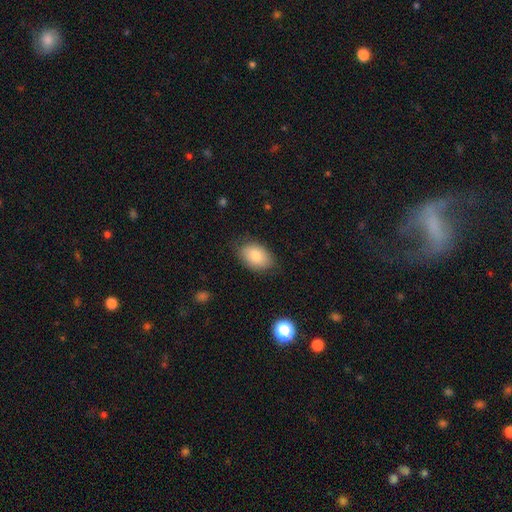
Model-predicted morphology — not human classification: type=smooth (81%); roundness=in between (87%); merging=none (79%).